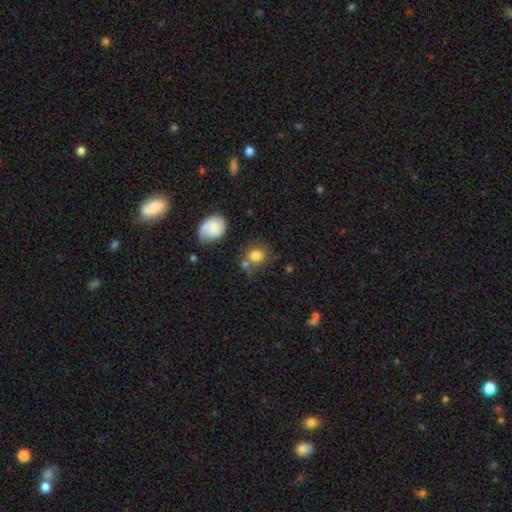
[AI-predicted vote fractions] Smooth or featured: smooth — 78% (featured or disk — 12%)
How rounded: round — 67% (in between — 32%)
Merging: none — 59% (minor disturbance — 18%)